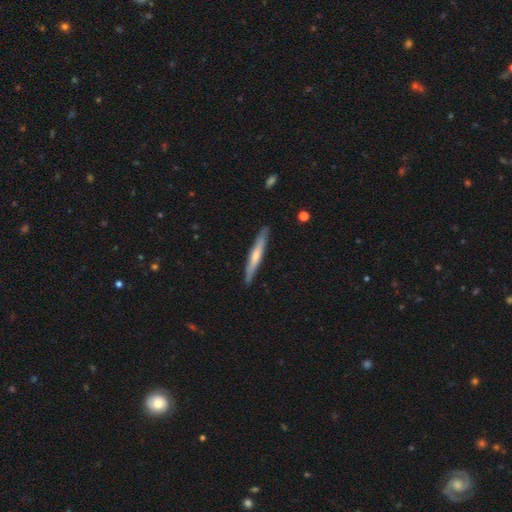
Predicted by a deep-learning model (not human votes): This is possibly a smooth galaxy (49%). Merging: clearly none (89%).